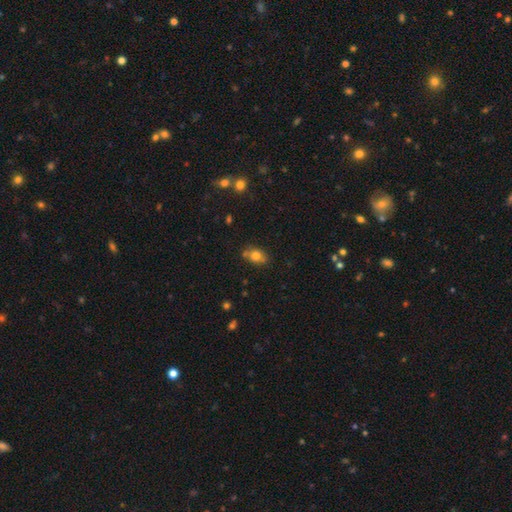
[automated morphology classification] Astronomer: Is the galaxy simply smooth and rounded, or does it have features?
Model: smooth — 73%.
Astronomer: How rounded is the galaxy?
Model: in between — 71%.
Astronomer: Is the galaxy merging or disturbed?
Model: none — 67%.